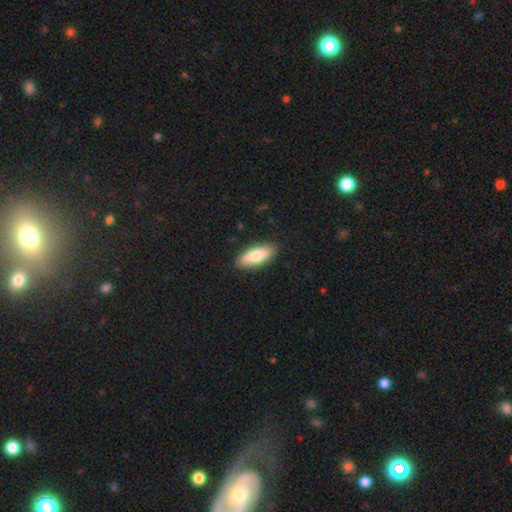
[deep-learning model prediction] Morphology: type=smooth (77%); roundness=in between (77%); merging=none (89%).